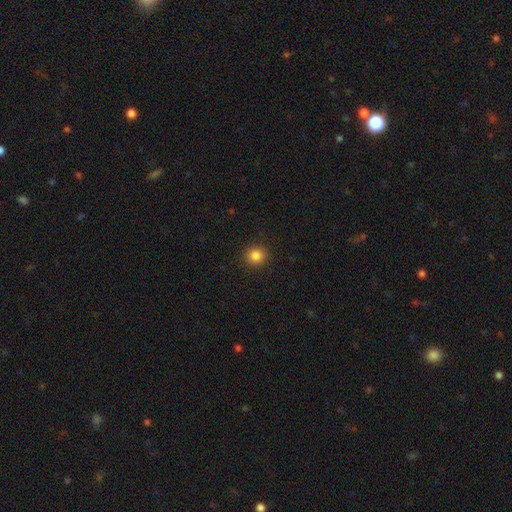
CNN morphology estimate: A smooth galaxy with no disk features (84%) that is round (87%). Merging: none (91%).